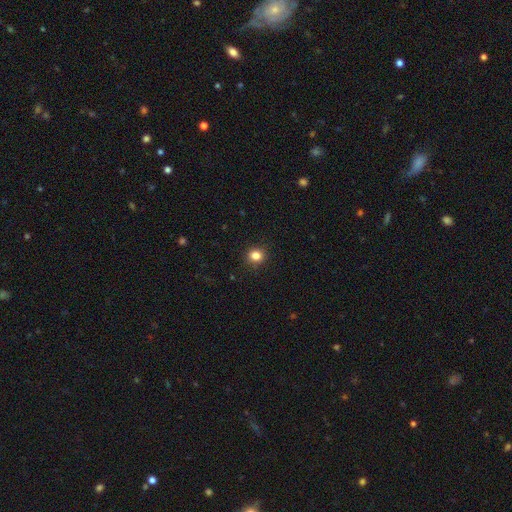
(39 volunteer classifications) Overall: smooth (87%). How rounded: round (91%). Merging: none (92%).